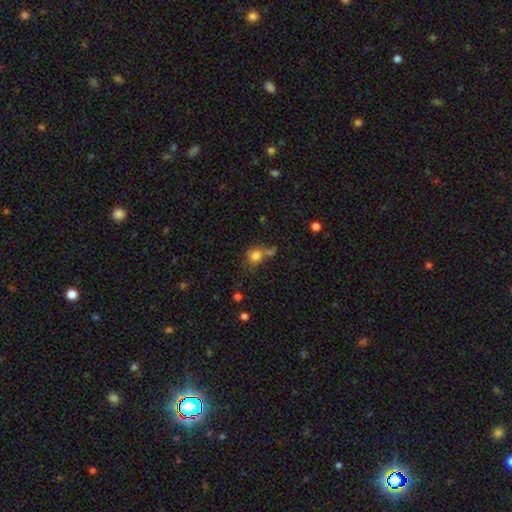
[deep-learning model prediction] Smooth or featured? Predicted: smooth (p=0.78). How rounded? Predicted: round (p=0.70). Merging? Predicted: none (p=0.46).